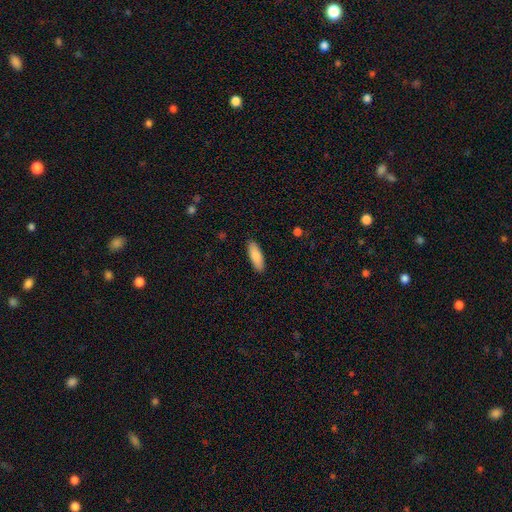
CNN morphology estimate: Smooth or featured? Predicted: smooth (p=0.85). How rounded? Predicted: in between (p=0.59). Merging? Predicted: none (p=0.90).